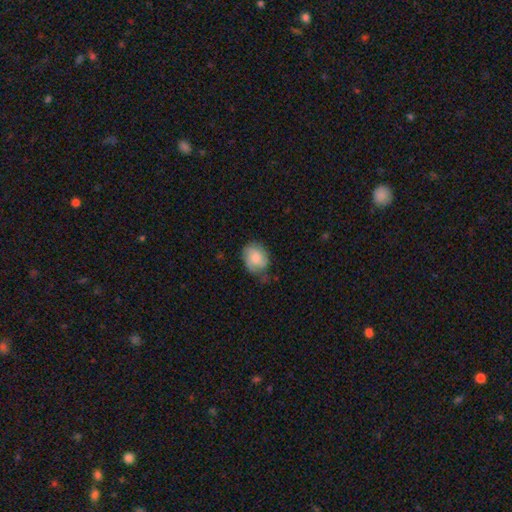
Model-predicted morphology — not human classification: type=smooth (63%); roundness=in between (52%); merging=none (55%).